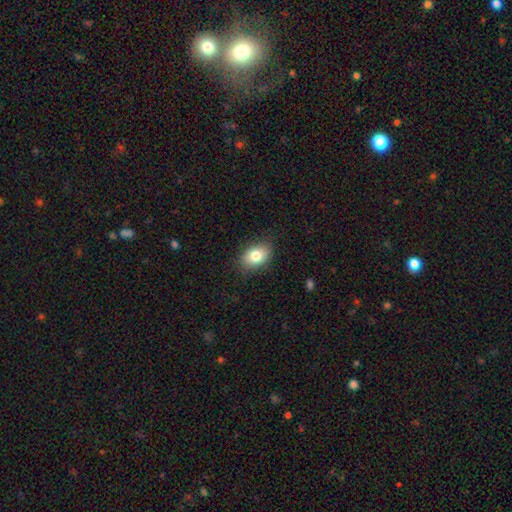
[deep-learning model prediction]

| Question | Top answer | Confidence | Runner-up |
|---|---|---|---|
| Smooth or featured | smooth | 82% | featured or disk (10%) |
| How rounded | in between | 82% | round (17%) |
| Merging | none | 84% | minor disturbance (12%) |